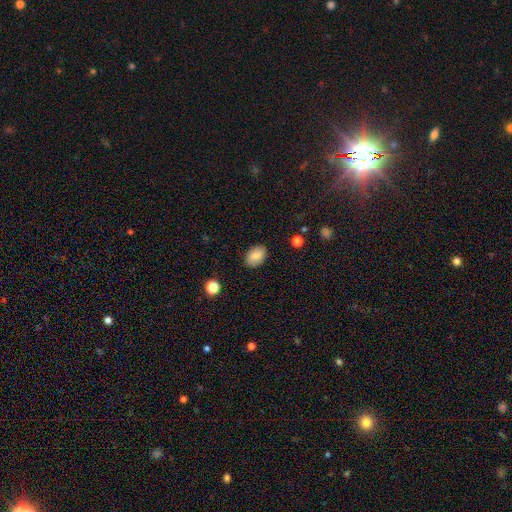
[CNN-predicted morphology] This is clearly a smooth galaxy (85%). How rounded: clearly in between (84%). Merging: clearly none (87%).